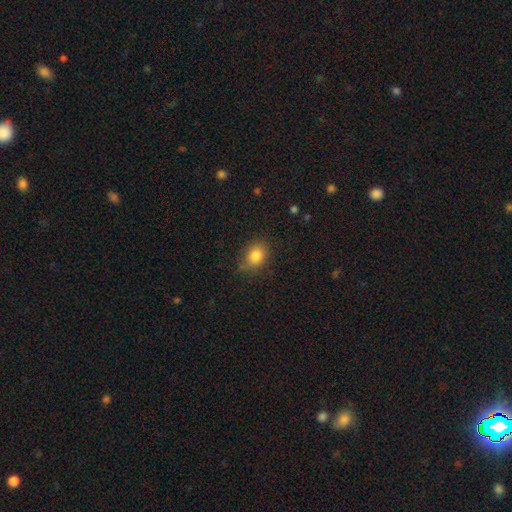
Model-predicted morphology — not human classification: Smooth or featured? smooth (83%)
How rounded? in between (55%)
Merging? none (74%)